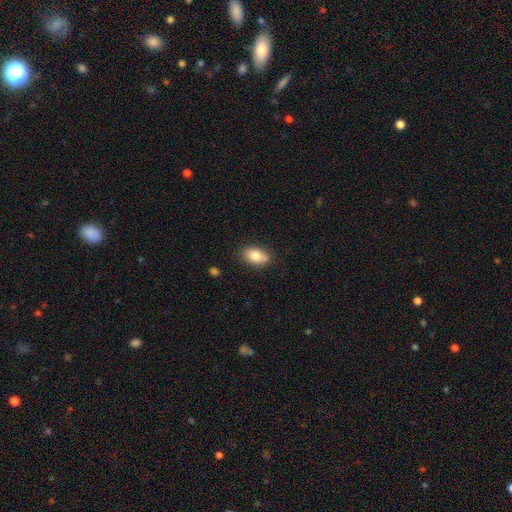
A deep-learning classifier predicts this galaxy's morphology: Smooth or featured? smooth (83%)
How rounded? in between (89%)
Merging? none (82%)